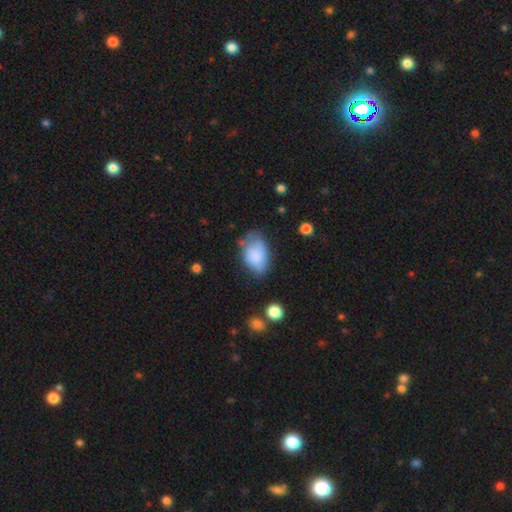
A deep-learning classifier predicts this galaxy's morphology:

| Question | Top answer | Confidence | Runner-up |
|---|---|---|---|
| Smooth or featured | smooth | 79% | featured or disk (13%) |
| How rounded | in between | 88% | round (11%) |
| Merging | none | 52% | minor disturbance (31%) |